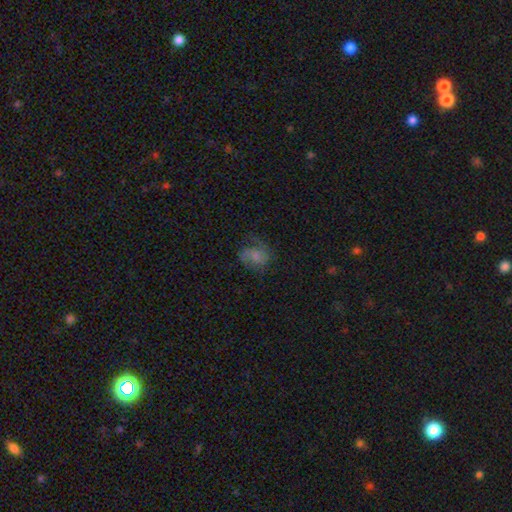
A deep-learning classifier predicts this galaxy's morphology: Smooth or featured?
  - featured or disk: 46% *
  - smooth: 43%
  - star or artifact: 11%
Merging?
  - none: 52% *
  - minor disturbance: 24%
  - major disturbance: 22%
  - merger: 2%